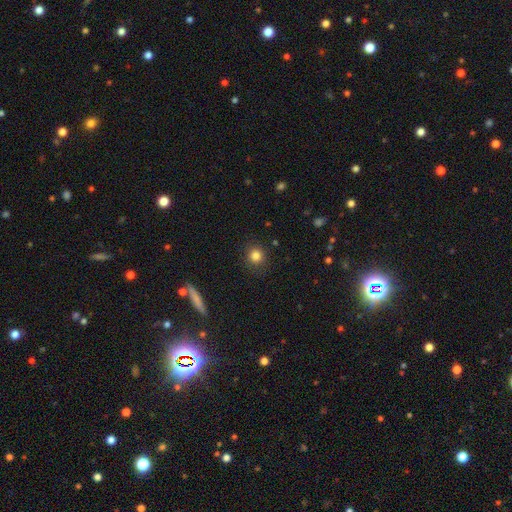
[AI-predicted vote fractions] smooth_or_featured: smooth (p=0.83) [alt: star or artifact p=0.12]
how_rounded: round (p=0.90) [alt: in between p=0.09]
merging: none (p=0.88) [alt: minor disturbance p=0.08]